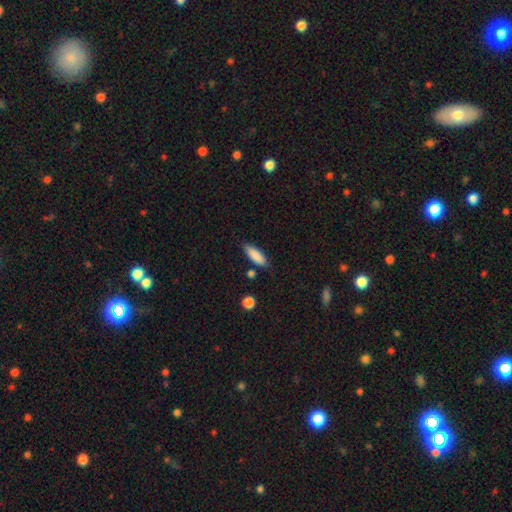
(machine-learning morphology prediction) smooth_or_featured: smooth (p=0.87) [alt: featured or disk p=0.07]
how_rounded: in between (p=0.60) [alt: cigar-shaped p=0.38]
merging: none (p=0.79) [alt: minor disturbance p=0.14]